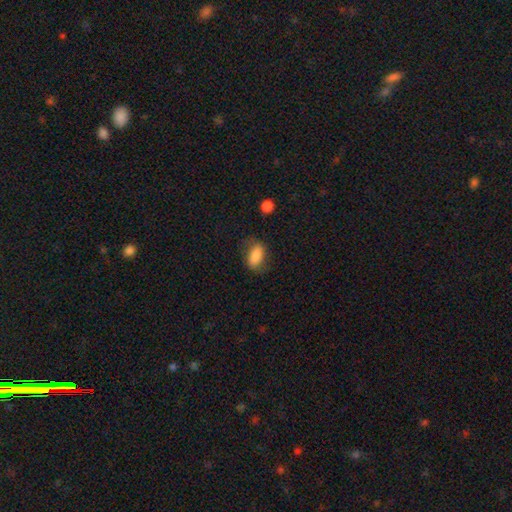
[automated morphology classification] smooth_or_featured: smooth (p=0.81) [alt: featured or disk p=0.12]
how_rounded: in between (p=0.87) [alt: round p=0.07]
merging: none (p=0.66) [alt: minor disturbance p=0.22]